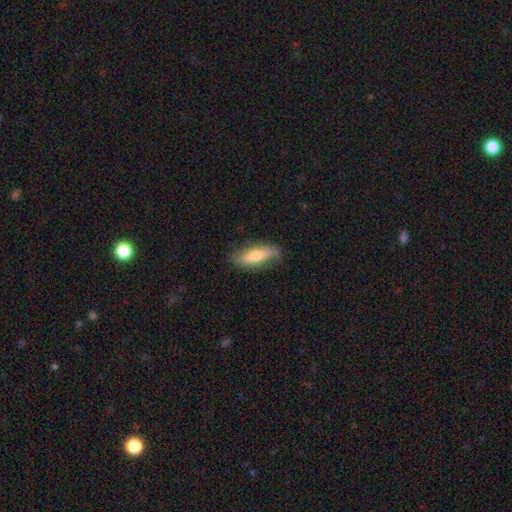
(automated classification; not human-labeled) A smooth galaxy with no disk features (59%) that is in between round and cigar-shaped (52%).

Vote fractions:
- Smooth or featured? smooth: 59% / featured or disk: 35% / star or artifact: 6%
- How rounded? in between: 52% / cigar-shaped: 45% / round: 3%
- Merging? none: 82% / minor disturbance: 14% / major disturbance: 3% / merger: 1%